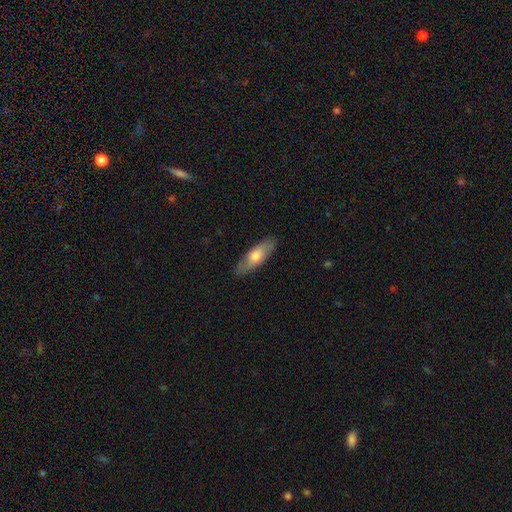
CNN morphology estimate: Smooth or featured? smooth (63%)
How rounded? in between (59%)
Merging? none (85%)